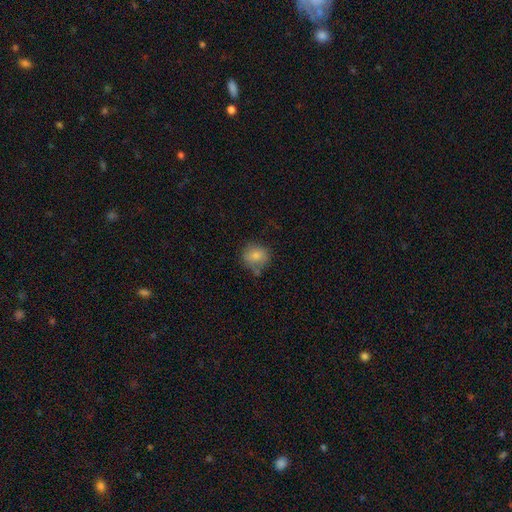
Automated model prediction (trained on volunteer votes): smooth 79%, featured or disk 11%, star or artifact 9%. Down the decision tree: how rounded — round (75%); merging — none (64%).